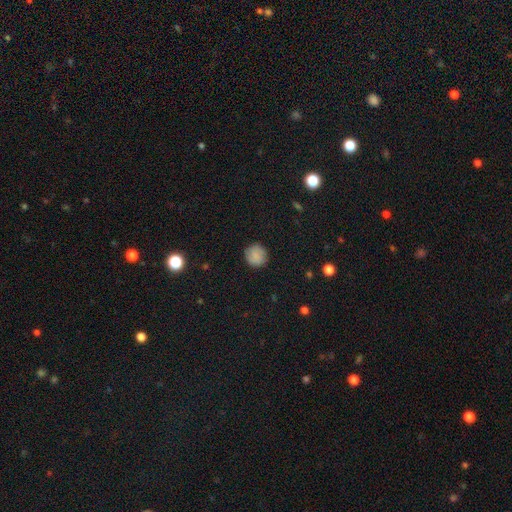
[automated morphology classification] A smooth galaxy with no disk features (86%) that is round (92%). Merging: none (87%).